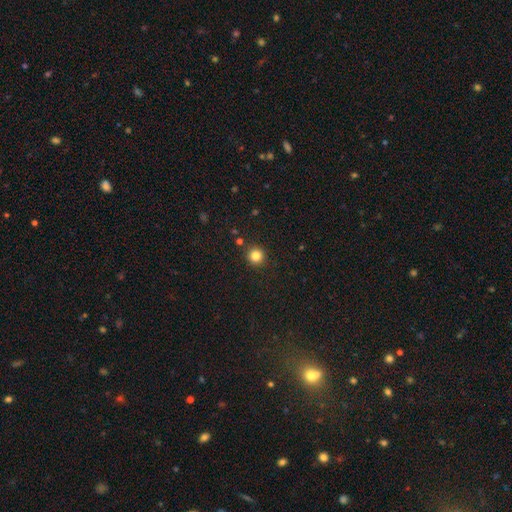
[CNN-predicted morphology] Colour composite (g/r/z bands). It shows a smooth galaxy with no disk features (83%) that is round (94%). Merging: none (90%).